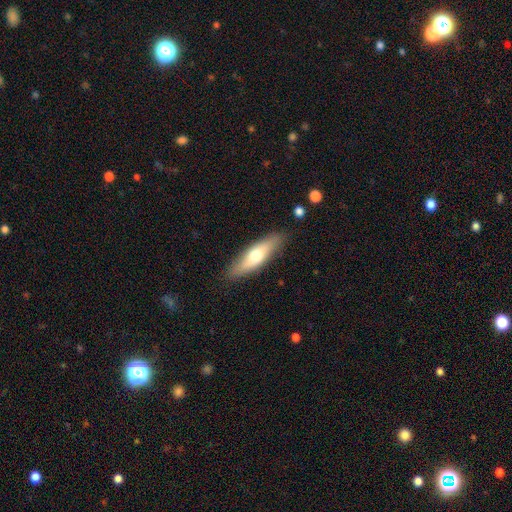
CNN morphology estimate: smooth 59%, featured or disk 35%, star or artifact 6%. Down the decision tree: how rounded — cigar-shaped (59%); merging — none (86%).